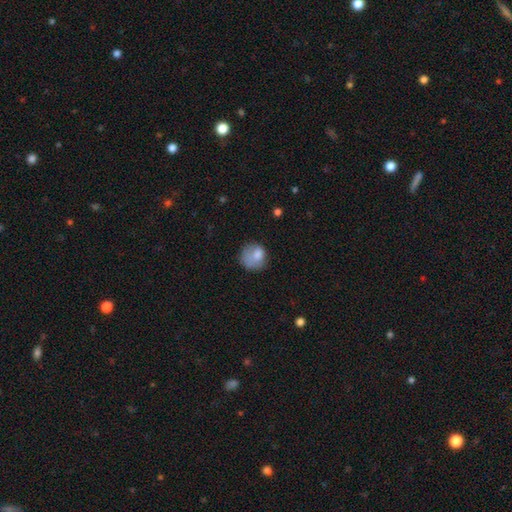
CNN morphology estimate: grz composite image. It shows a smooth galaxy with no disk features (76%) that is round (77%). Merging: none (50%).